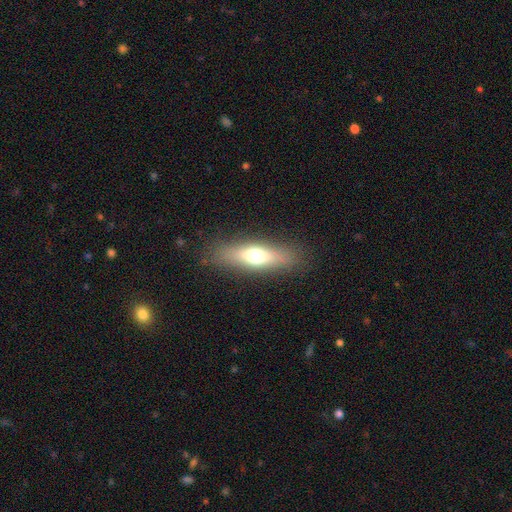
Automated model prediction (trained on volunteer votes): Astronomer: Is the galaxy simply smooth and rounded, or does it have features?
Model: smooth — 59%.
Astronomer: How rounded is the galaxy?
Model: cigar-shaped — 52% (runner-up: in between, 44%).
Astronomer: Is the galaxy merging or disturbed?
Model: none — 85%.